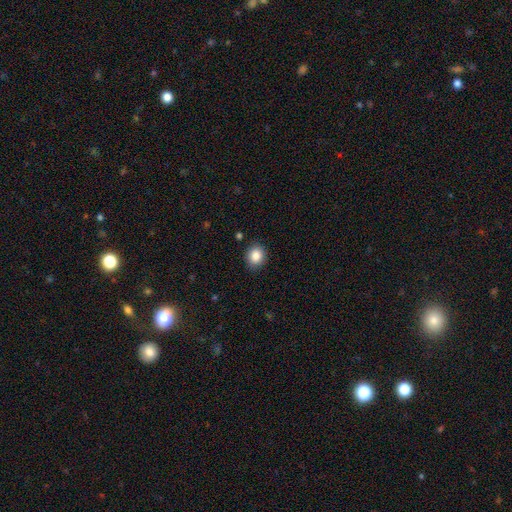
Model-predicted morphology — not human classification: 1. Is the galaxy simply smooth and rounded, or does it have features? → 86% smooth, 9% star or artifact, 5% featured or disk.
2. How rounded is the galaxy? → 75% round, 25% in between, 1% cigar-shaped.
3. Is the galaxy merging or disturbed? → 88% none, 8% minor disturbance, 2% major disturbance, 1% merger.